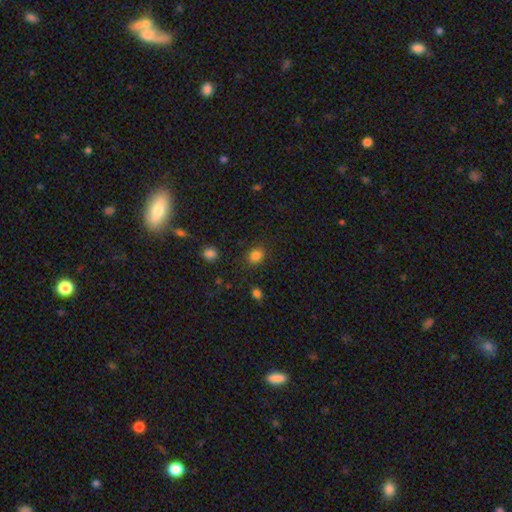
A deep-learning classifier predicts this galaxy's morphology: Smooth or featured? Predicted: smooth (p=0.83). How rounded? Predicted: round (p=0.50). Merging? Predicted: none (p=0.84).